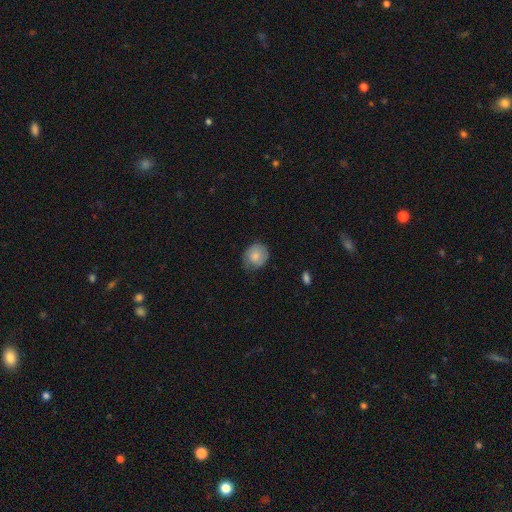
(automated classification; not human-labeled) Overall: smooth (76%). How rounded: round (73%). Merging: none (67%).